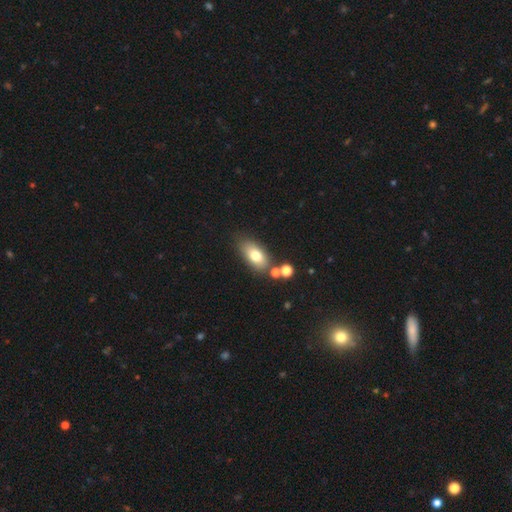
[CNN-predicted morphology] A smooth galaxy with no disk features (75%) that is in between round and cigar-shaped (86%).

Vote fractions:
- Smooth or featured? smooth: 75% / featured or disk: 15% / star or artifact: 9%
- How rounded? in between: 86% / round: 8% / cigar-shaped: 7%
- Merging? none: 71% / minor disturbance: 14% / merger: 11% / major disturbance: 4%